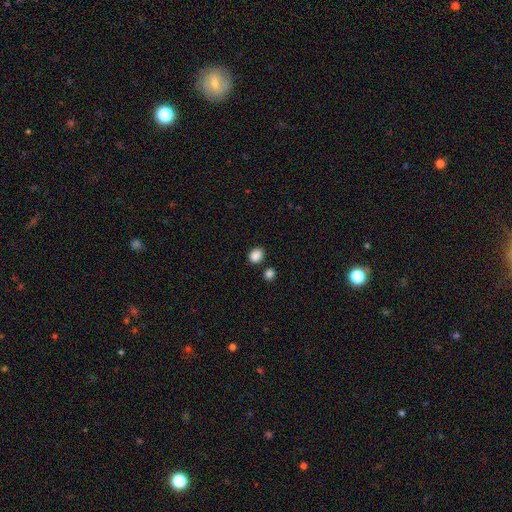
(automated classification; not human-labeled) smooth_or_featured: smooth (p=0.87) [alt: star or artifact p=0.10]
how_rounded: round (p=0.56) [alt: in between p=0.43]
merging: none (p=0.81) [alt: minor disturbance p=0.09]